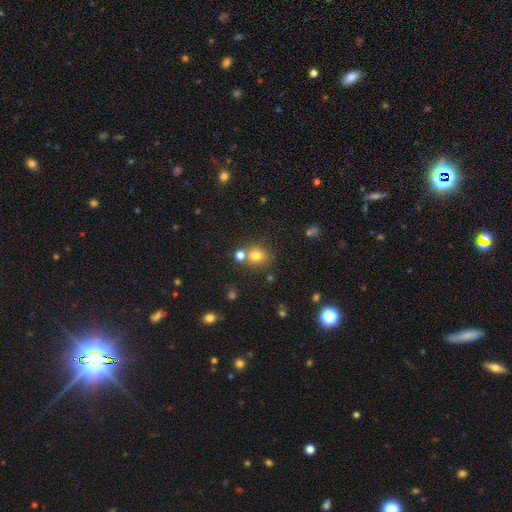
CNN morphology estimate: This is likely a smooth galaxy (75%). How rounded: likely round (77%). Merging: likely none (62%).